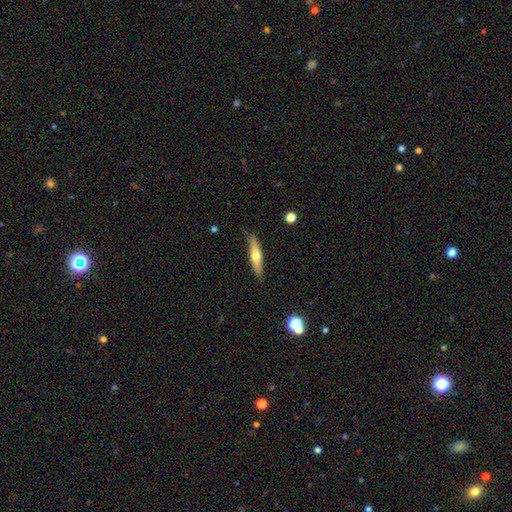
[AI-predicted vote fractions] Smooth or featured?
  - smooth: 49% *
  - featured or disk: 45%
  - star or artifact: 6%
Merging?
  - none: 81% *
  - minor disturbance: 15%
  - major disturbance: 3%
  - merger: 2%